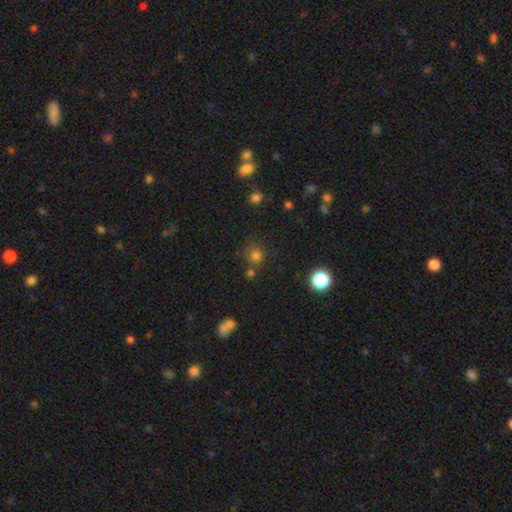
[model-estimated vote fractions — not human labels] The model was most divided on "smooth or featured": smooth: 72%, star or artifact: 22%, featured or disk: 6%. More confident: how rounded — round (87%); merging — none (67%).